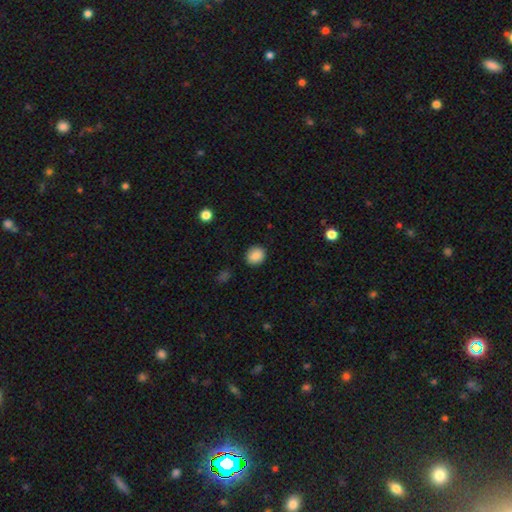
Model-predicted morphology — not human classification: The model was most divided on "how rounded": round: 75%, in between: 24%, cigar-shaped: 1%. More confident: merging — none (89%); smooth or featured — smooth (87%).